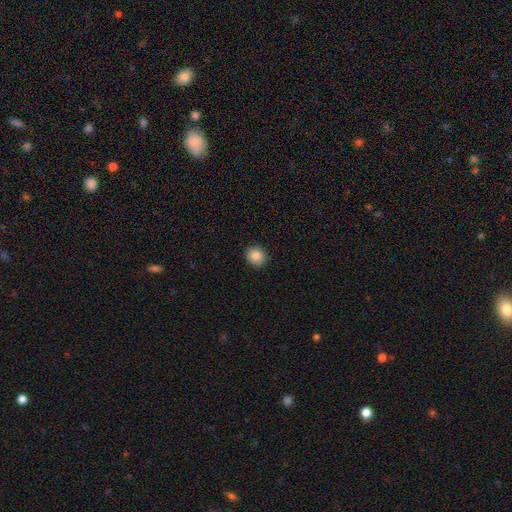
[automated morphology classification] A smooth galaxy with no disk features (87%) that is round (71%).

Vote fractions:
- Smooth or featured? smooth: 87% / star or artifact: 9% / featured or disk: 3%
- How rounded? round: 71% / in between: 28% / cigar-shaped: 1%
- Merging? none: 91% / minor disturbance: 7% / major disturbance: 2% / merger: 1%